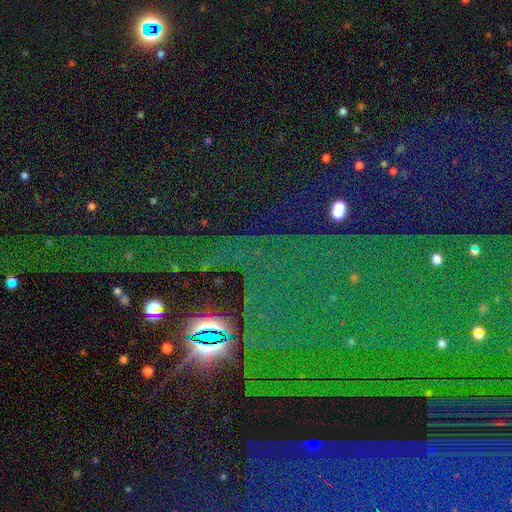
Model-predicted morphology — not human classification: Smooth or featured? star or artifact (85%)